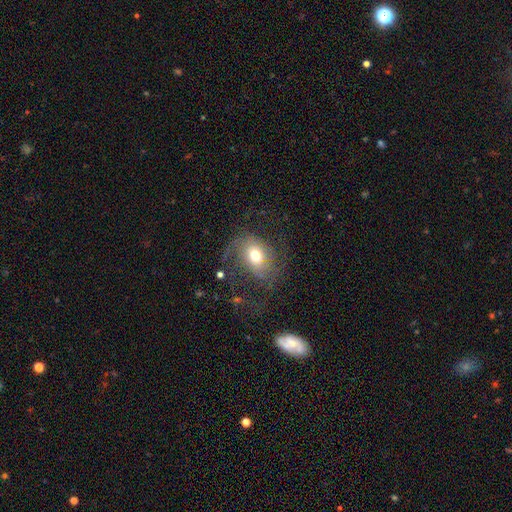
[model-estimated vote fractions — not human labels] smooth_or_featured: smooth (p=0.51) [alt: featured or disk p=0.37]
how_rounded: in between (p=0.60) [alt: round p=0.39]
merging: none (p=0.49) [alt: major disturbance p=0.29]